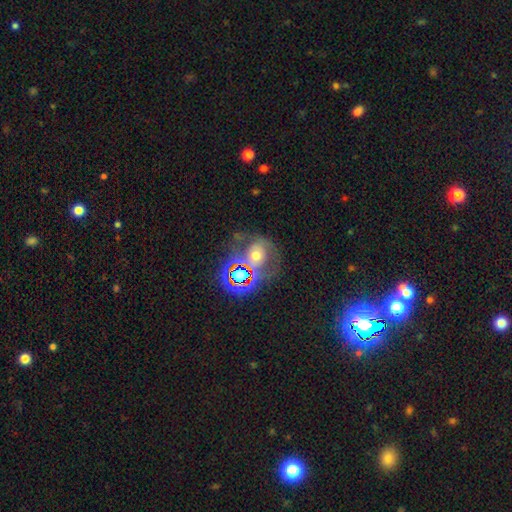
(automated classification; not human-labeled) Morphology: type=featured or disk (36%); merging=none (46%).